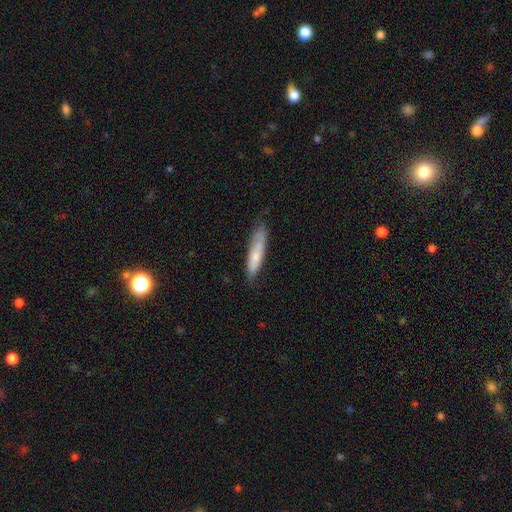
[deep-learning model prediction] Q: Smooth or featured?
A: smooth (71%); runner-up: featured or disk (24%)
Q: How rounded?
A: cigar-shaped (80%); runner-up: in between (19%)
Q: Merging?
A: none (72%); runner-up: minor disturbance (22%)